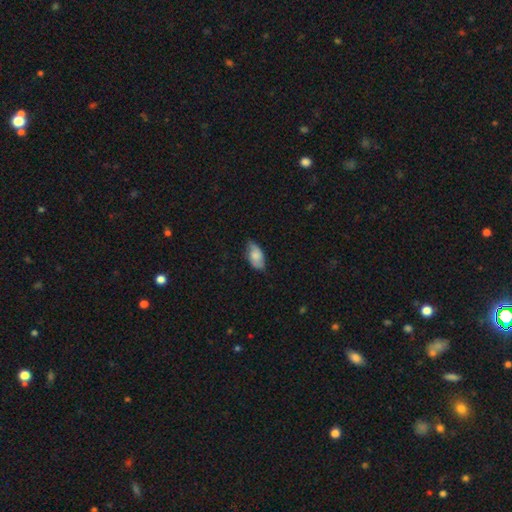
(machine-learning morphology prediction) Smooth or featured? smooth (71%)
How rounded? in between (93%)
Merging? none (69%)